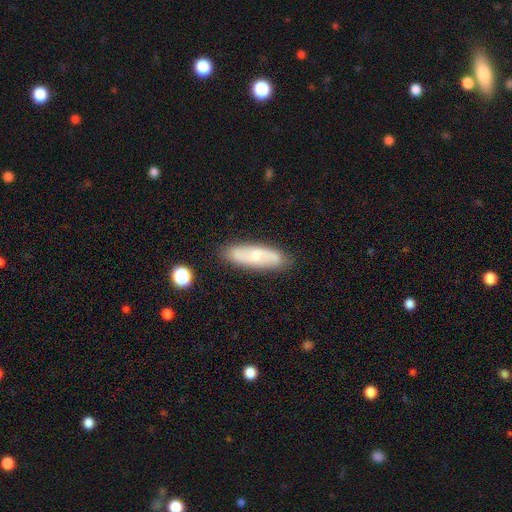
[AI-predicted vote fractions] smooth_or_featured: featured or disk (p=0.48) [alt: smooth p=0.45]
merging: none (p=0.84) [alt: minor disturbance p=0.11]